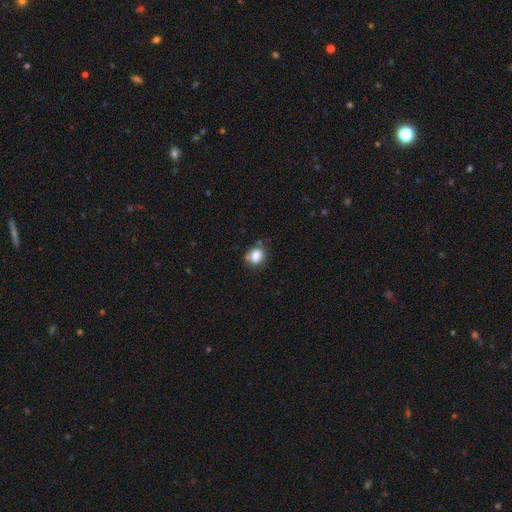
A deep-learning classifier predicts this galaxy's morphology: smooth 83%, star or artifact 10%, featured or disk 7%. Down the decision tree: how rounded — round (52%); merging — none (64%).